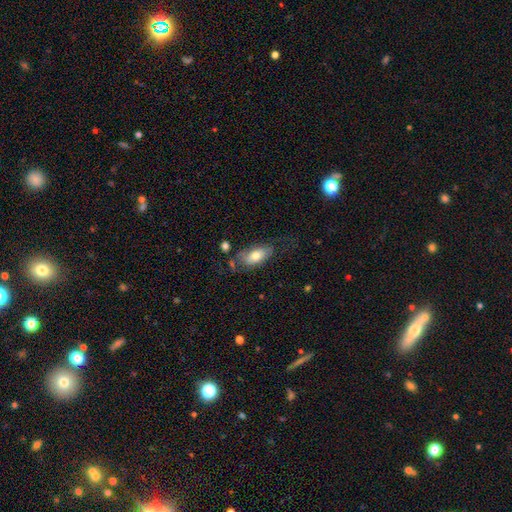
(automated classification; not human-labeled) Morphology: type=smooth (66%); roundness=in between (89%); merging=none (50%).